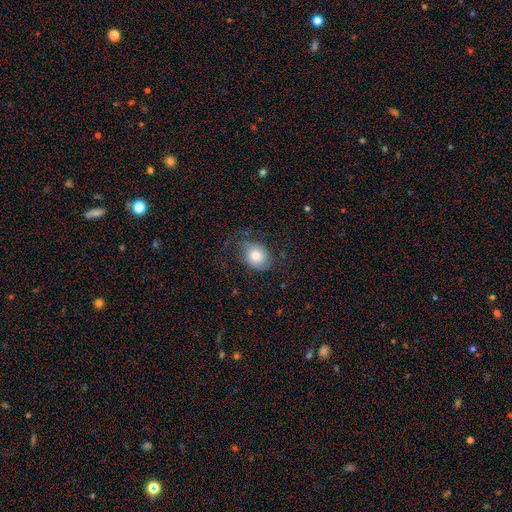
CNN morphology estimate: Smooth or featured? Predicted: smooth (p=0.71). How rounded? Predicted: round (p=0.52). Merging? Predicted: none (p=0.60).